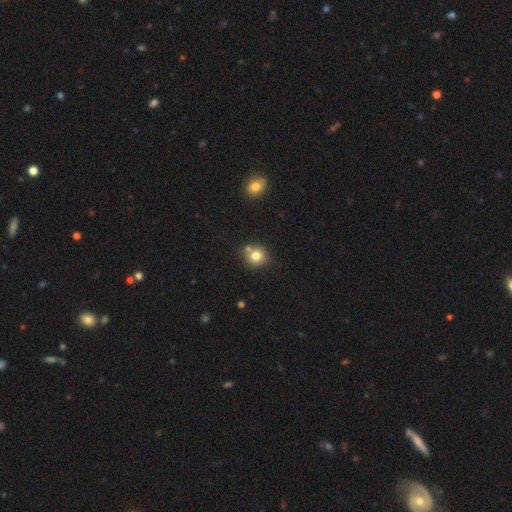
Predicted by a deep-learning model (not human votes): Overall: smooth (79%). How rounded: round (87%). Merging: none (68%).